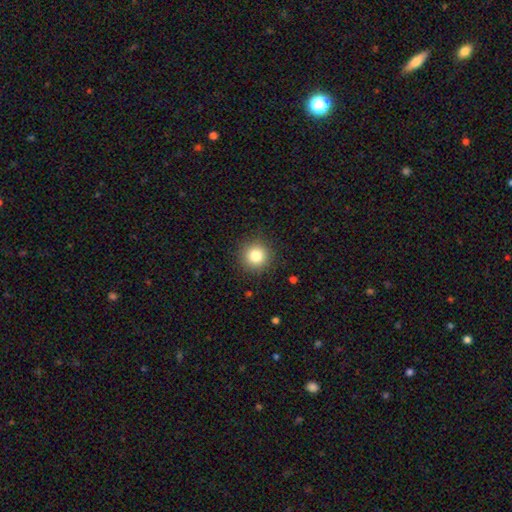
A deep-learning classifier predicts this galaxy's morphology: Smooth or featured: smooth — 82% (star or artifact — 11%)
How rounded: round — 94% (in between — 5%)
Merging: none — 90% (minor disturbance — 7%)